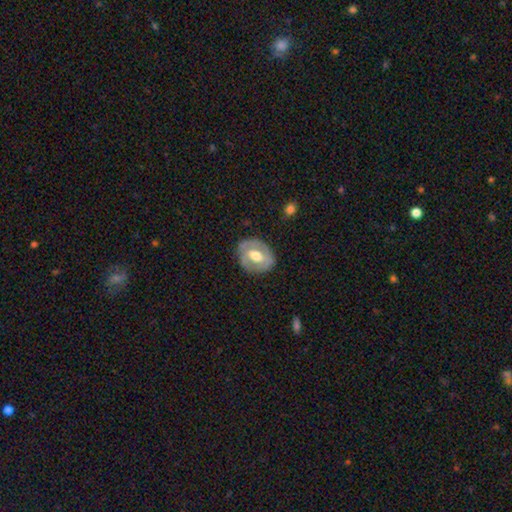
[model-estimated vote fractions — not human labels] A featured or disk galaxy (62%) with no bar (43%), no spiral arms (57%) and a moderate central bulge (61%). Merging: none (78%).